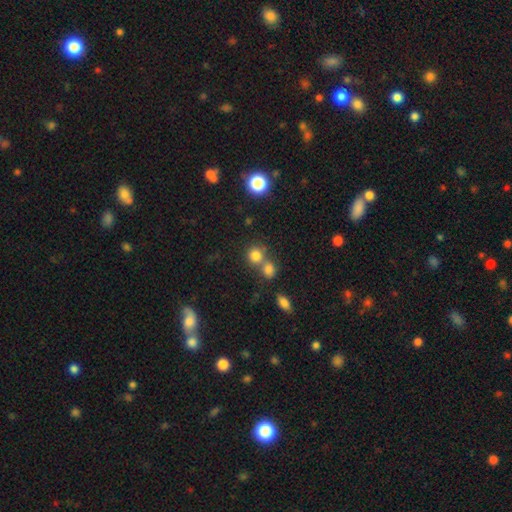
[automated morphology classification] Smooth or featured? smooth (79%)
How rounded? round (85%)
Merging? none (49%)